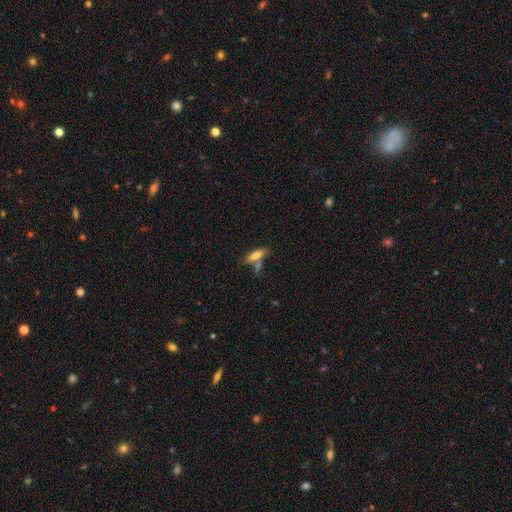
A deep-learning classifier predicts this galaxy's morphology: Q: Smooth or featured?
A: smooth (70%); runner-up: featured or disk (22%)
Q: How rounded?
A: cigar-shaped (50%); runner-up: in between (47%)
Q: Merging?
A: none (54%); runner-up: merger (26%)